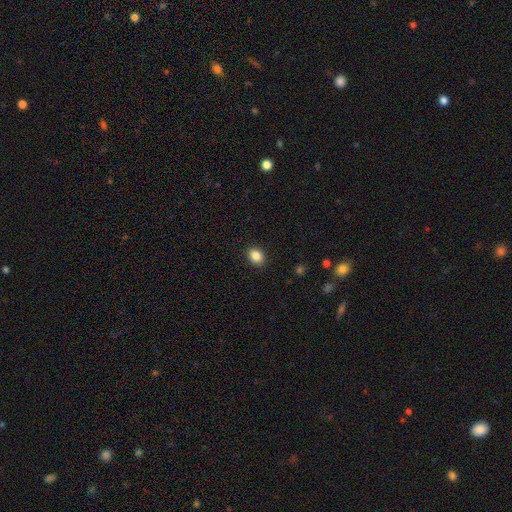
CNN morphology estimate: This is clearly a smooth galaxy (86%). How rounded: possibly in between (58%). Merging: clearly none (90%).